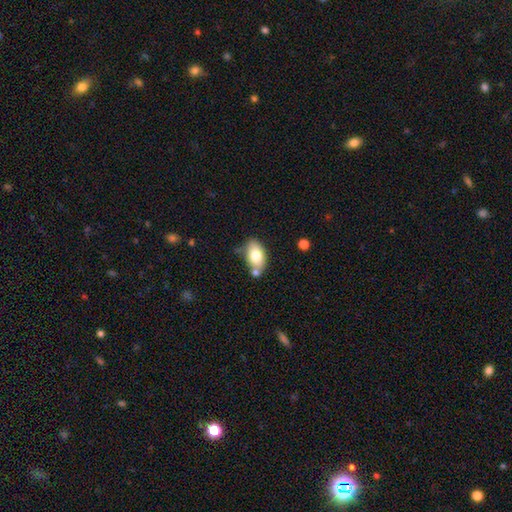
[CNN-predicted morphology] Smooth or featured: smooth — 76% (featured or disk — 17%)
How rounded: in between — 91% (round — 7%)
Merging: none — 63% (minor disturbance — 18%)